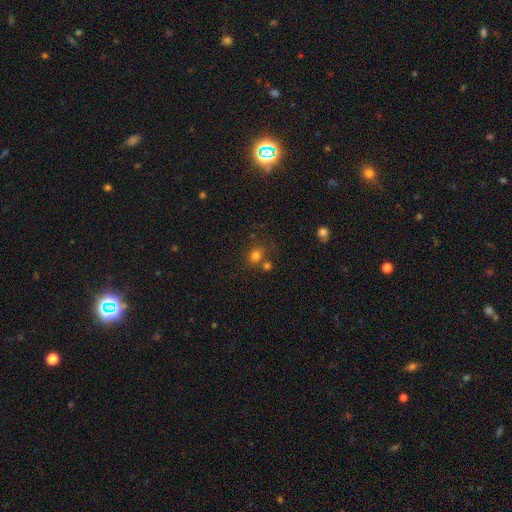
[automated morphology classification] The model was most divided on "merging": none: 61%, merger: 23%, minor disturbance: 11%, major disturbance: 5%. More confident: how rounded — round (77%); smooth or featured — smooth (75%).